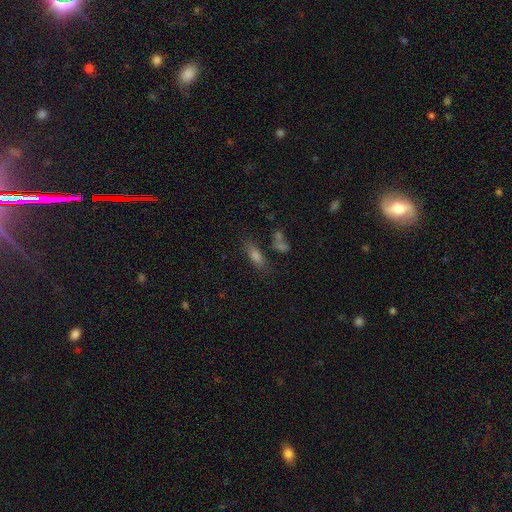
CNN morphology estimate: Q: Smooth or featured?
A: smooth (65%); runner-up: star or artifact (18%)
Q: How rounded?
A: in between (56%); runner-up: cigar-shaped (38%)
Q: Merging?
A: none (67%); runner-up: minor disturbance (14%)